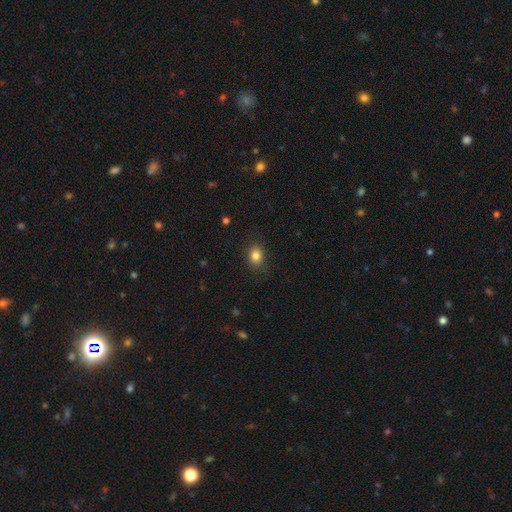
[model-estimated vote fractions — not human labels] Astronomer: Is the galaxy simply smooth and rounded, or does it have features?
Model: smooth — 84%.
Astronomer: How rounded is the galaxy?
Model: in between — 53% (runner-up: round, 46%).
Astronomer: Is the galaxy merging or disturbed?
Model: none — 84%.